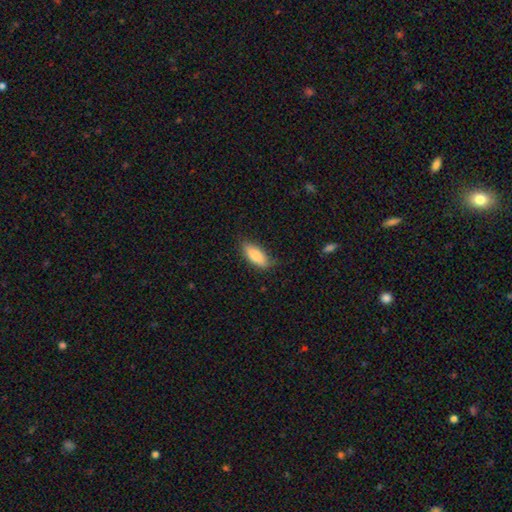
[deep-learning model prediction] smooth 84%, featured or disk 10%, star or artifact 6%. Down the decision tree: how rounded — in between (78%); merging — none (78%).